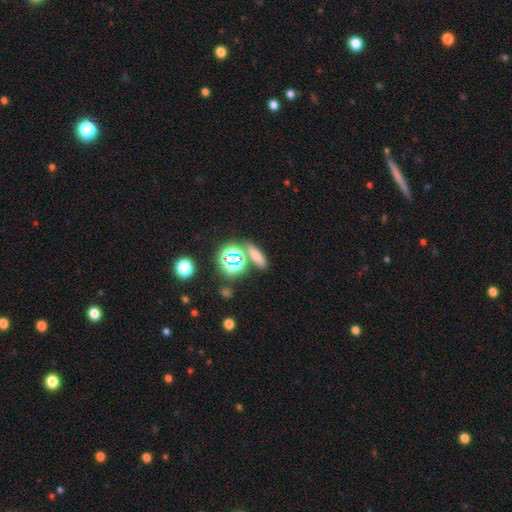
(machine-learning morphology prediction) Overall: smooth (62%; star or artifact 28%). How rounded: in between (48%; cigar-shaped 35%). Merging: none (73%).